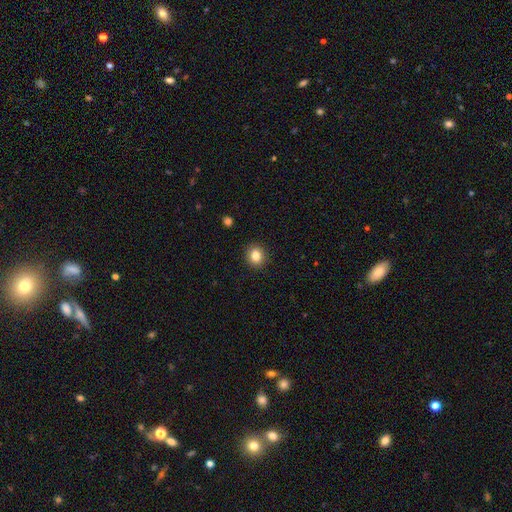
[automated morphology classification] Smooth or featured? Predicted: smooth (p=0.83). How rounded? Predicted: round (p=0.81). Merging? Predicted: none (p=0.91).